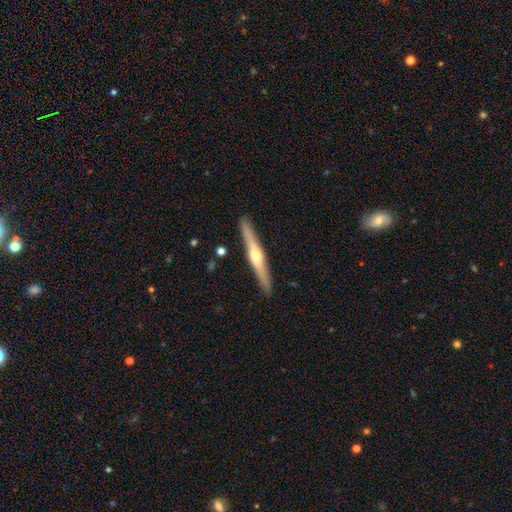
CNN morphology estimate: Smooth or featured? Predicted: featured or disk (p=0.70). Edge-on disk? Predicted: yes (p=0.97). Edge-on bulge? Predicted: rounded (p=0.90). Merging? Predicted: none (p=0.91).